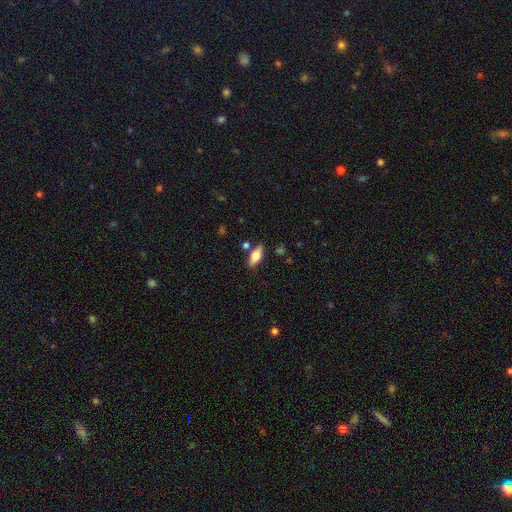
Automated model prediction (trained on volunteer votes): Smooth or featured: smooth — 73% (featured or disk — 20%)
How rounded: in between — 79% (cigar-shaped — 18%)
Merging: none — 80% (minor disturbance — 11%)